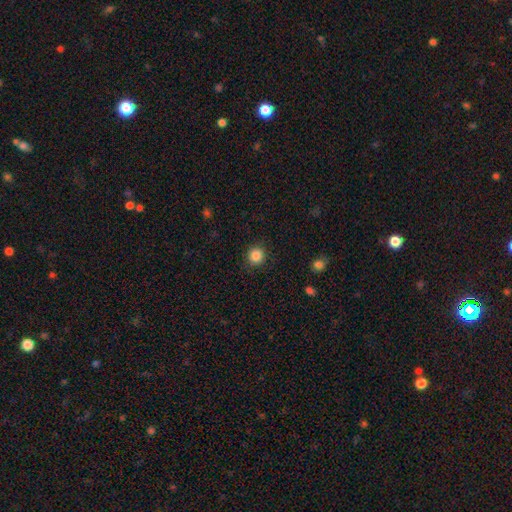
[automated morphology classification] Smooth or featured?
  - smooth: 86% *
  - star or artifact: 10%
  - featured or disk: 4%
How rounded?
  - round: 92% *
  - in between: 7%
  - cigar-shaped: 1%
Merging?
  - none: 90% *
  - minor disturbance: 6%
  - major disturbance: 2%
  - merger: 1%